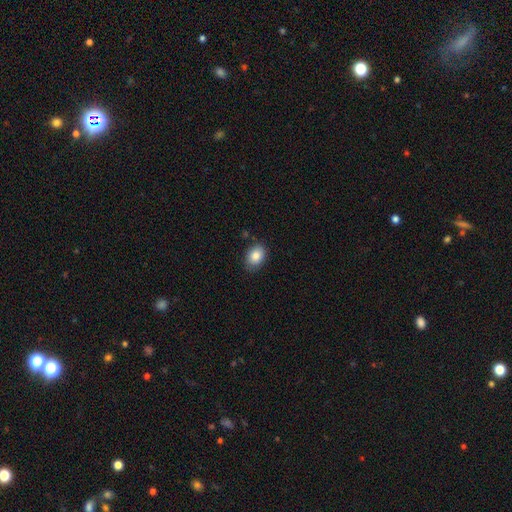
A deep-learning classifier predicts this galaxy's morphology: smooth-or-featured: smooth: 85% | star or artifact: 8% | featured or disk: 7%
  how-rounded: in between: 72% | round: 27% | cigar-shaped: 1%
  merging: none: 84% | minor disturbance: 12% | major disturbance: 2% | merger: 2%